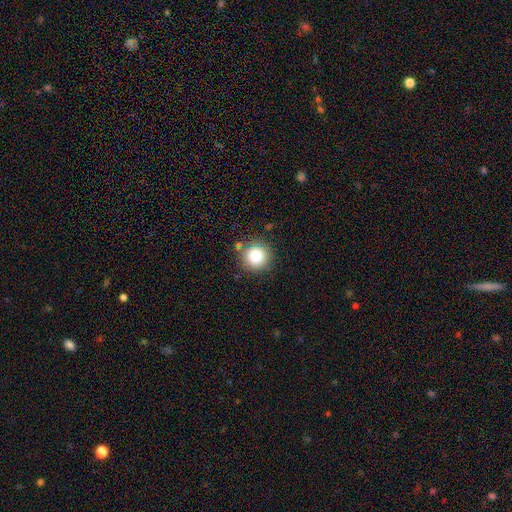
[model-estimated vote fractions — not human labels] Overall: smooth (81%). How rounded: round (94%). Merging: none (84%).